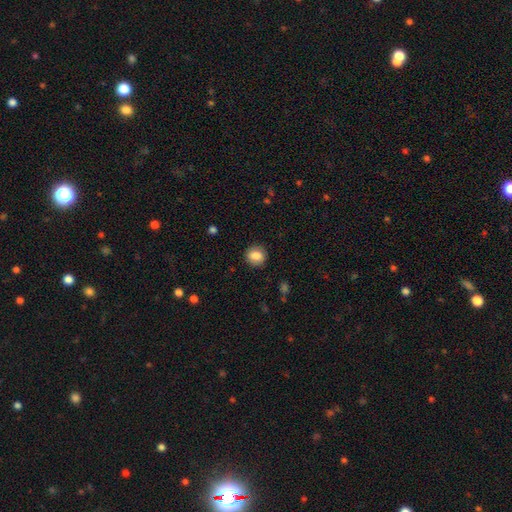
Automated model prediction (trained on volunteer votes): Overall: smooth (86%). How rounded: round (78%). Merging: none (89%).